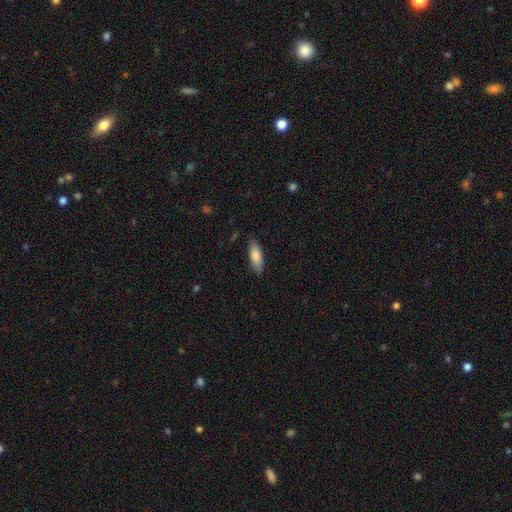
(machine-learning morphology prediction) This appears to be a smooth galaxy with no disk features (81%) that is in between round and cigar-shaped (61%). Merging: none (85%).